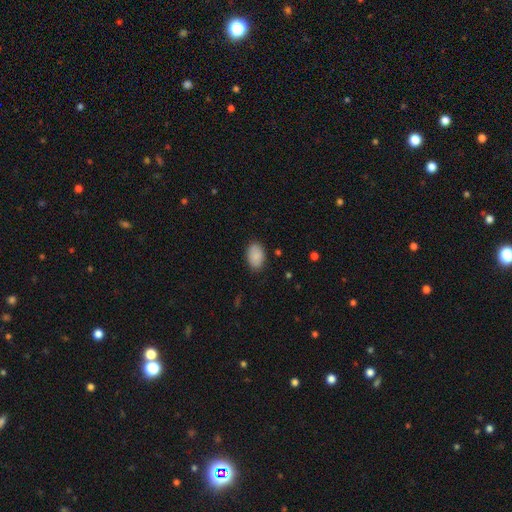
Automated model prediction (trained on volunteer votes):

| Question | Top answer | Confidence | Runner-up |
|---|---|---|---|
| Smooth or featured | smooth | 89% | star or artifact (6%) |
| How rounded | in between | 90% | round (9%) |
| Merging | none | 85% | minor disturbance (11%) |